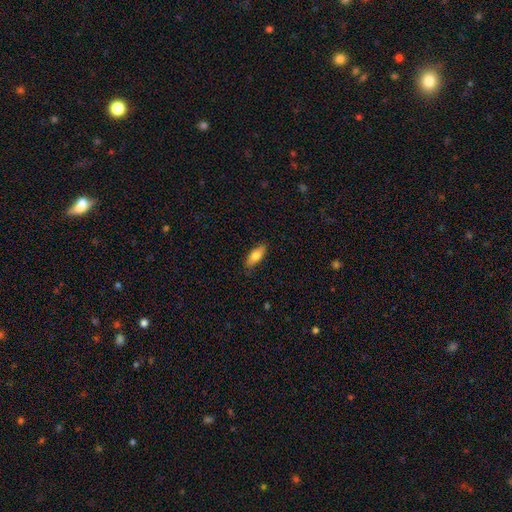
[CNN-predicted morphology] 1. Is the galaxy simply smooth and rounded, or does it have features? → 75% smooth, 18% featured or disk, 7% star or artifact.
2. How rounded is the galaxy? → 70% in between, 27% cigar-shaped, 2% round.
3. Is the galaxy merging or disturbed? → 82% none, 14% minor disturbance, 3% major disturbance, 1% merger.